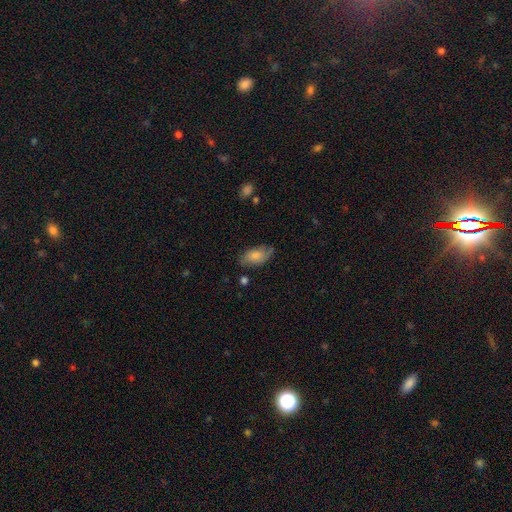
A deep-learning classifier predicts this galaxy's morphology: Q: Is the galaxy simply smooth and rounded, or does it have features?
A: smooth — 75%.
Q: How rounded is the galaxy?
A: in between — 93%.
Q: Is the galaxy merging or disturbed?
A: none — 69%.